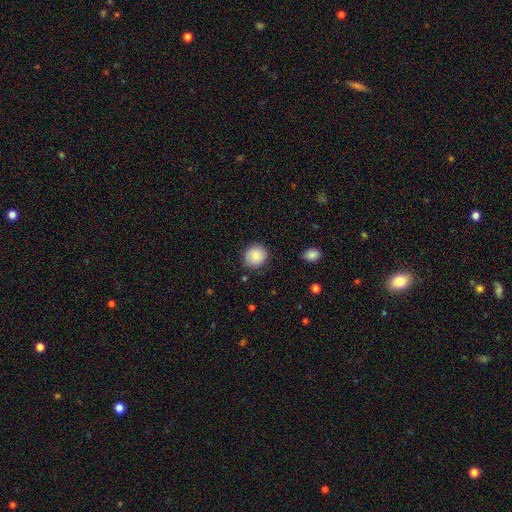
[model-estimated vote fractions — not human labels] This appears to be a smooth galaxy with no disk features (82%) that is round (89%). Merging: none (88%).